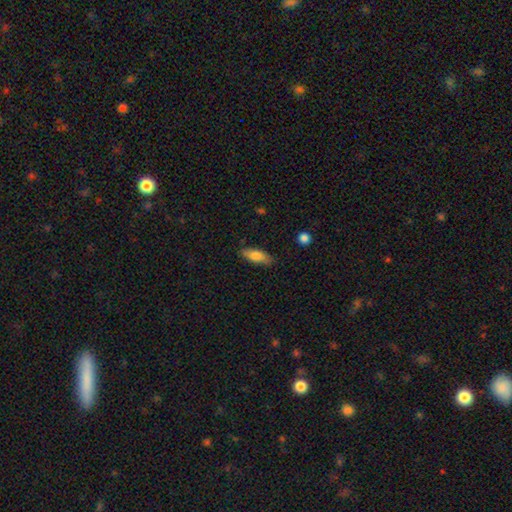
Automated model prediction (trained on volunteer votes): The model was most divided on "how rounded": in between: 67%, cigar-shaped: 30%, round: 2%. More confident: merging — none (83%); smooth or featured — smooth (76%).